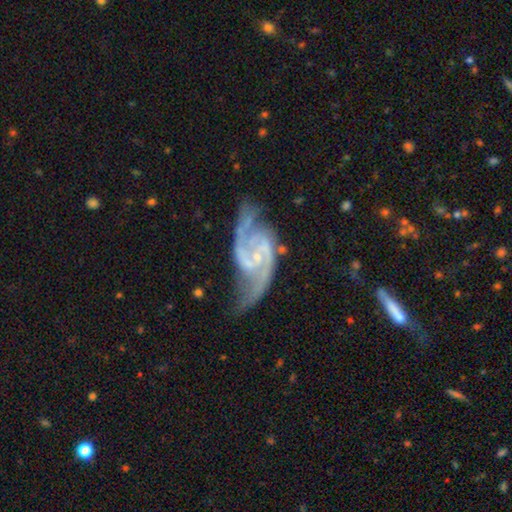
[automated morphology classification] This appears to be a featured or disk galaxy (92%) with no bar (46%), 2 (85%) medium (57%) spiral arms (98%) and a small central bulge (74%). Merging: none (59%).